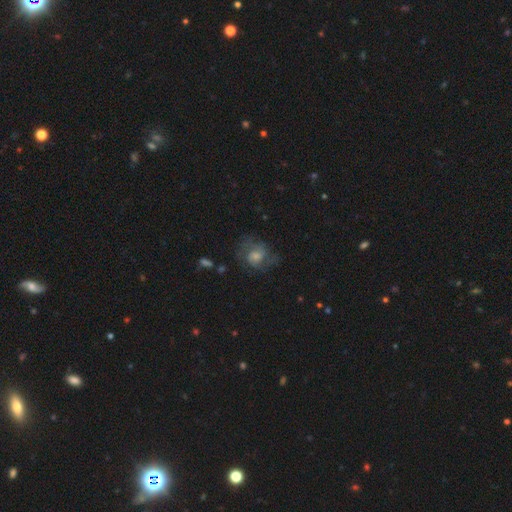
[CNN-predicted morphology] Smooth or featured: featured or disk — 56% (smooth — 29%)
Edge-on disk: no — 97% (yes — 3%)
Bar: no — 63% (weak — 32%)
Spiral arms: yes — 81% (no — 19%)
Bulge size: moderate — 43% (small — 24%)
Merging: none — 63% (minor disturbance — 19%)